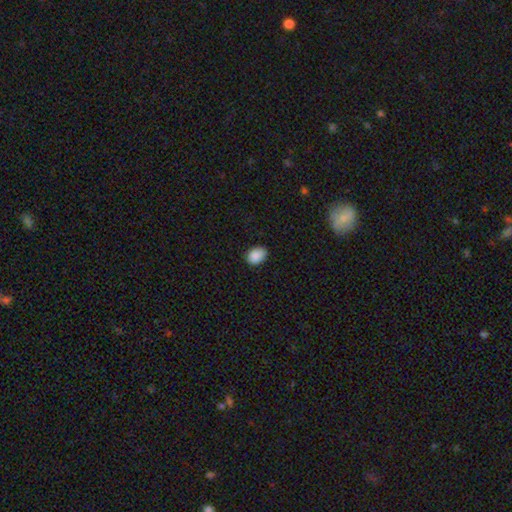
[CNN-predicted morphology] smooth-or-featured: smooth: 89% | star or artifact: 8% | featured or disk: 3%
  how-rounded: in between: 75% | round: 24% | cigar-shaped: 1%
  merging: none: 85% | minor disturbance: 12% | major disturbance: 2% | merger: 1%